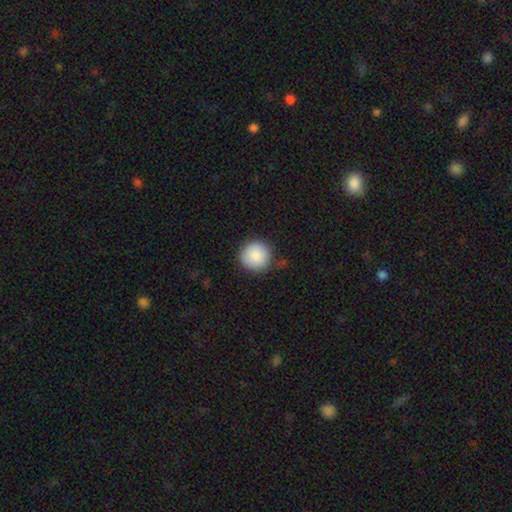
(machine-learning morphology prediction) Q: Smooth or featured?
A: smooth (88%); runner-up: star or artifact (7%)
Q: How rounded?
A: round (95%); runner-up: in between (4%)
Q: Merging?
A: none (86%); runner-up: minor disturbance (10%)